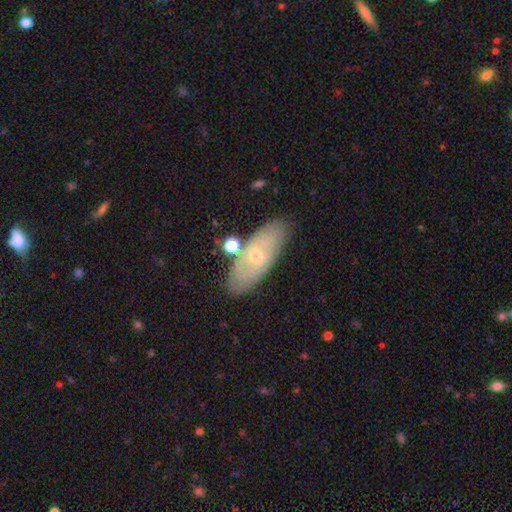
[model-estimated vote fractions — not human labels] smooth-or-featured: featured or disk: 54% | smooth: 39% | star or artifact: 7%
  disk-edge-on: no: 81% | yes: 19%
  merging: none: 75% | minor disturbance: 14% | merger: 8% | major disturbance: 4%